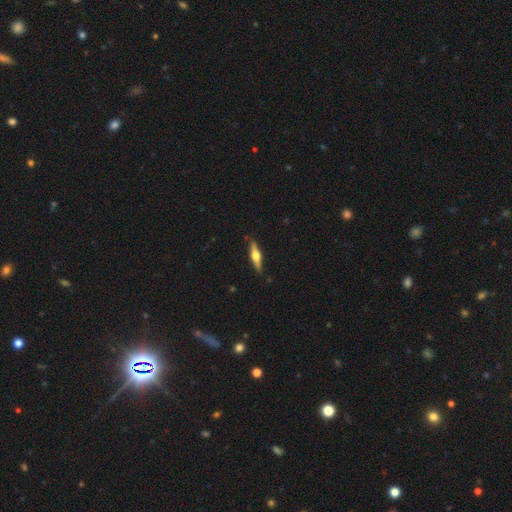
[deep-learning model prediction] The model was most divided on "smooth or featured": featured or disk: 64%, smooth: 31%, star or artifact: 5%. More confident: edge-on disk — yes (96%); edge-on bulge — rounded (93%); merging — none (88%).